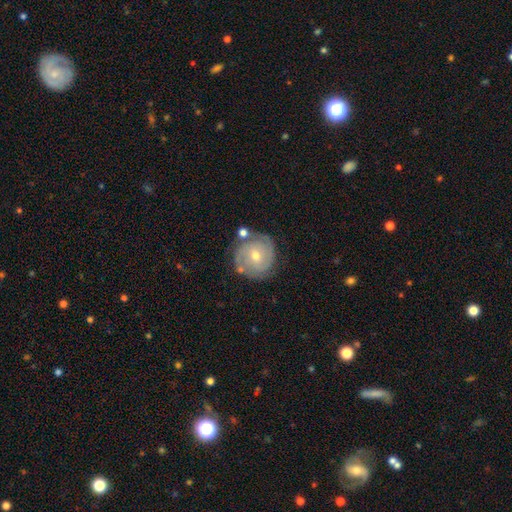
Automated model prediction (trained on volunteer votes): smooth_or_featured: featured or disk (p=0.75) [alt: smooth p=0.18]
disk_edge_on: no (p=0.97) [alt: yes p=0.03]
bar: no (p=0.57) [alt: weak p=0.35]
has_spiral_arms: yes (p=0.91) [alt: no p=0.09]
spiral_winding: tight (p=0.68) [alt: medium p=0.25]
spiral_arm_count: 2 (p=0.40) [alt: can't tell p=0.26]
bulge_size: moderate (p=0.52) [alt: small p=0.45]
merging: none (p=0.73) [alt: minor disturbance p=0.15]